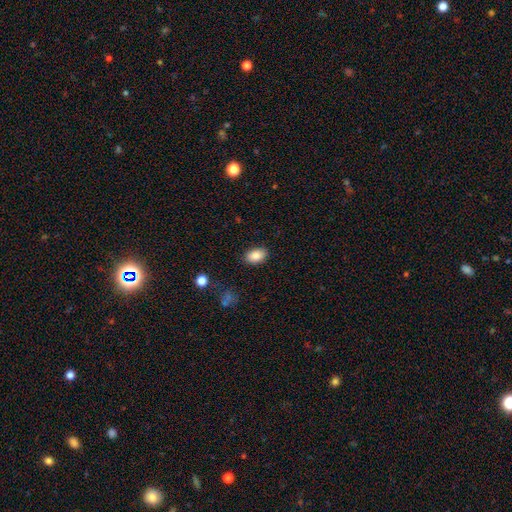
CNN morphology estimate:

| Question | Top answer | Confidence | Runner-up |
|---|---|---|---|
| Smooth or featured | smooth | 87% | star or artifact (8%) |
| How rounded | in between | 86% | round (13%) |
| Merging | none | 87% | minor disturbance (9%) |